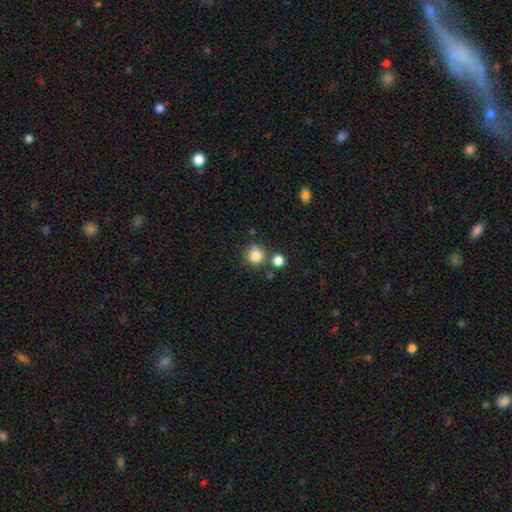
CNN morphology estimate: Q: Smooth or featured?
A: smooth (83%); runner-up: star or artifact (11%)
Q: How rounded?
A: round (90%); runner-up: in between (9%)
Q: Merging?
A: none (70%); runner-up: merger (14%)